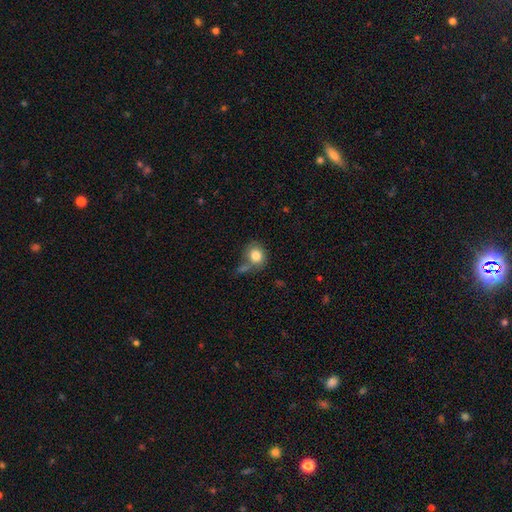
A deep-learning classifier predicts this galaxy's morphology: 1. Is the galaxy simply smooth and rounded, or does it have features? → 82% smooth, 9% featured or disk, 9% star or artifact.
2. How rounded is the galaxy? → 75% round, 24% in between, 1% cigar-shaped.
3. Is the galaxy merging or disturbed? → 57% none, 19% merger, 17% minor disturbance, 7% major disturbance.